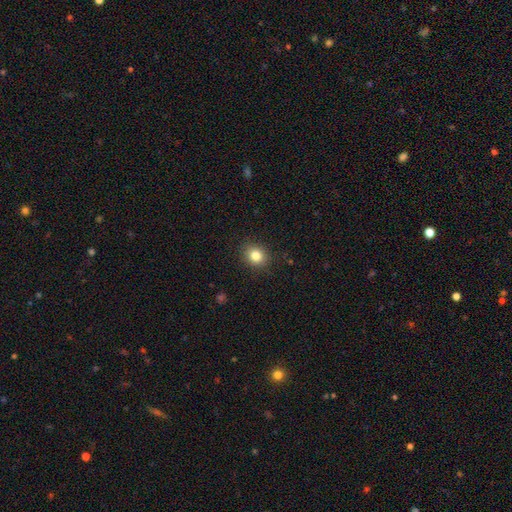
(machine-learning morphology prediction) This appears to be a smooth galaxy with no disk features (82%) that is round (68%). Merging: none (88%).